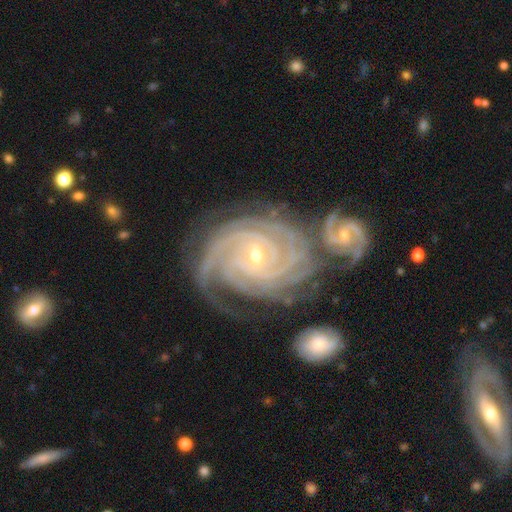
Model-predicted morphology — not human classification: Overall: featured or disk (93%). Edge-on disk: no (98%). Bar: no (42%; weak 36%). Spiral arms: yes (99%). Spiral arm count: 4 (38%; 3 23%). Spiral winding: tight (86%). Bulge size: small (68%; moderate 30%). Merging: none (52%; merger 25%).